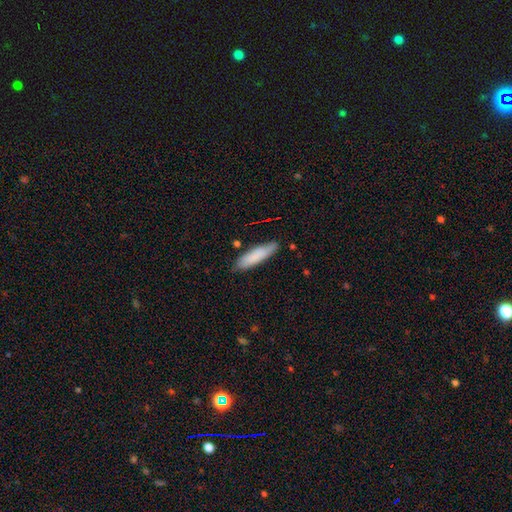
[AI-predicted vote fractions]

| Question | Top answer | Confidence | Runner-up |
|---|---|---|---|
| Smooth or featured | smooth | 82% | featured or disk (12%) |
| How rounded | cigar-shaped | 74% | in between (25%) |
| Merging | none | 83% | minor disturbance (13%) |